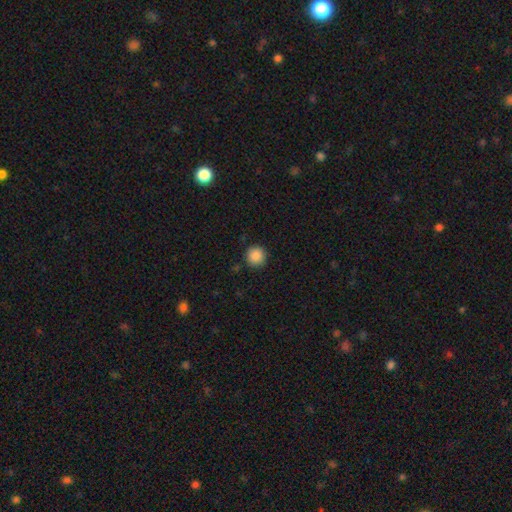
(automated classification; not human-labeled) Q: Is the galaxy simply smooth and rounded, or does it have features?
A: smooth — 88%.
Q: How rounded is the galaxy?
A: round — 94%.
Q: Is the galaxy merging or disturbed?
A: none — 90%.